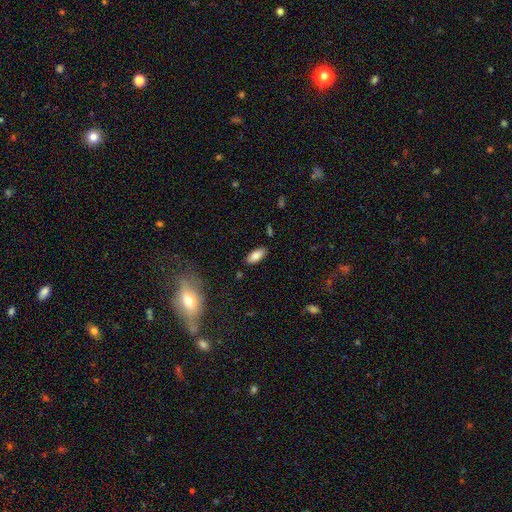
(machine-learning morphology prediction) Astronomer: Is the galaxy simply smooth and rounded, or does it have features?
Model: smooth — 84%.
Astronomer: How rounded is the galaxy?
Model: in between — 87%.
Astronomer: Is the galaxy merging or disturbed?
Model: none — 84%.